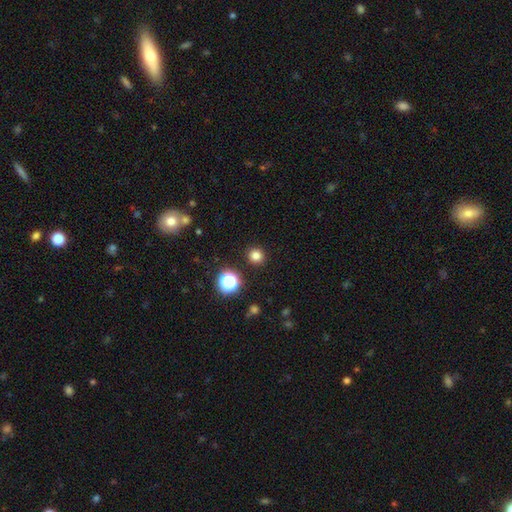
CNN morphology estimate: smooth 80%, star or artifact 16%, featured or disk 4%. Down the decision tree: how rounded — round (92%); merging — none (92%).